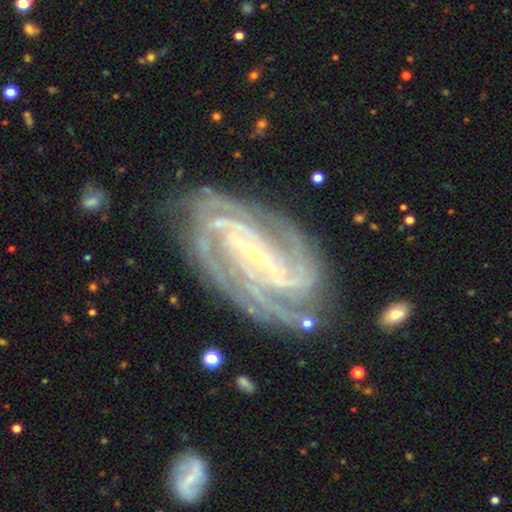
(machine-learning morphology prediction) Smooth or featured? Predicted: featured or disk (p=0.92). Edge-on disk? Predicted: no (p=0.96). Bar? Predicted: strong (p=0.49). Spiral arms? Predicted: yes (p=0.98). Spiral winding? Predicted: tight (p=0.68). Spiral arm count? Predicted: 4 (p=0.30). Bulge size? Predicted: small (p=0.84). Merging? Predicted: none (p=0.77).